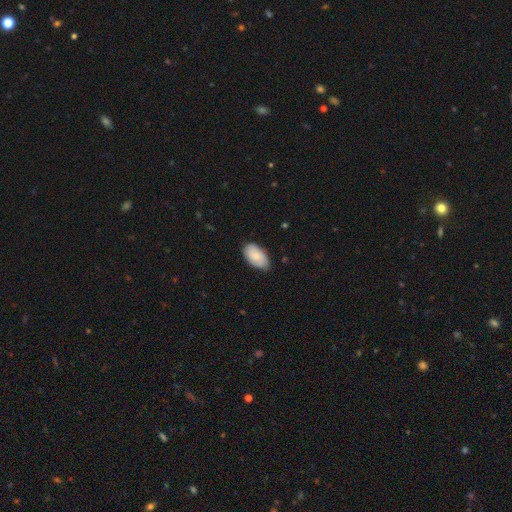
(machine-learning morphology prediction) smooth 71%, featured or disk 22%, star or artifact 6%. Down the decision tree: how rounded — in between (94%); merging — none (75%).